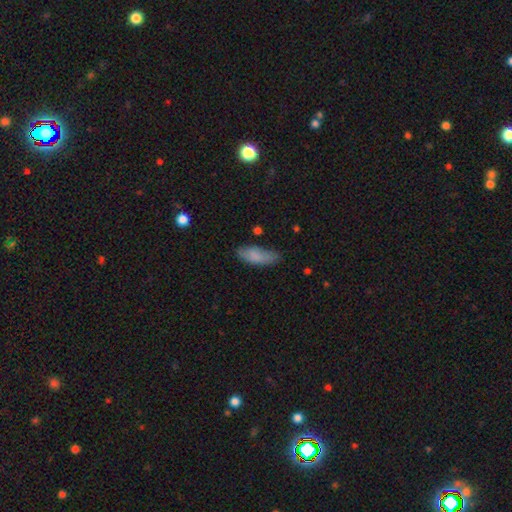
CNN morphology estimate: Smooth or featured?
  - smooth: 83% *
  - featured or disk: 11%
  - star or artifact: 7%
How rounded?
  - in between: 70% *
  - cigar-shaped: 28%
  - round: 2%
Merging?
  - none: 65% *
  - minor disturbance: 27%
  - major disturbance: 6%
  - merger: 2%